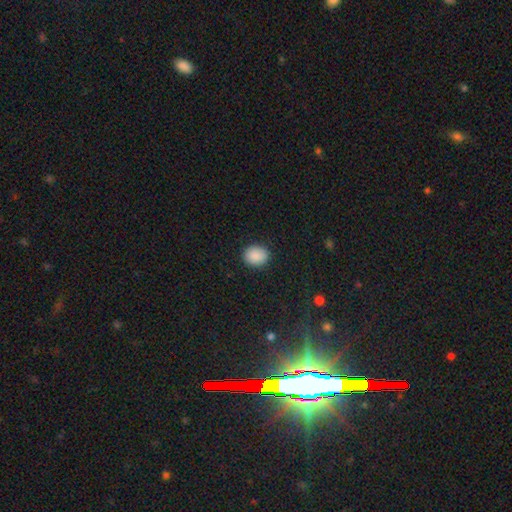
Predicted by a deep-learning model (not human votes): This is clearly a smooth galaxy (89%). How rounded: likely round (63%). Merging: clearly none (90%).